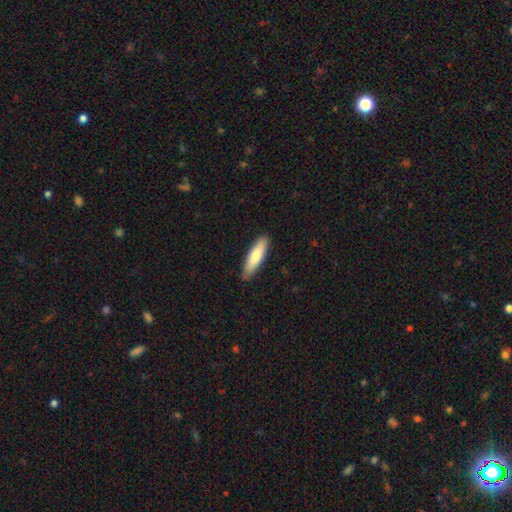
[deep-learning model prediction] Overall: smooth (75%). How rounded: cigar-shaped (64%; in between 34%). Merging: none (87%).